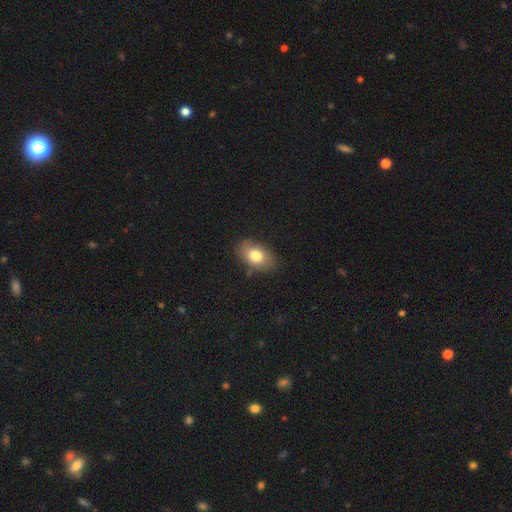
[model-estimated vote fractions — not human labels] A smooth galaxy with no disk features (77%) that is in between round and cigar-shaped (87%).

Vote fractions:
- Smooth or featured? smooth: 77% / featured or disk: 15% / star or artifact: 8%
- How rounded? in between: 87% / round: 12% / cigar-shaped: 1%
- Merging? none: 81% / minor disturbance: 14% / major disturbance: 3% / merger: 1%